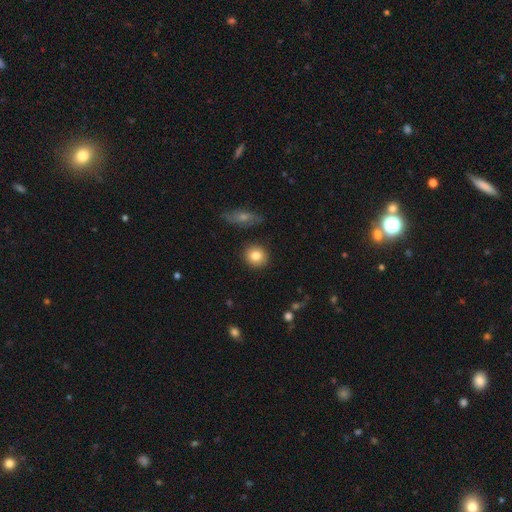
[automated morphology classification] The model was most divided on "how rounded": round: 86%, in between: 13%, cigar-shaped: 1%. More confident: merging — none (88%); smooth or featured — smooth (83%).